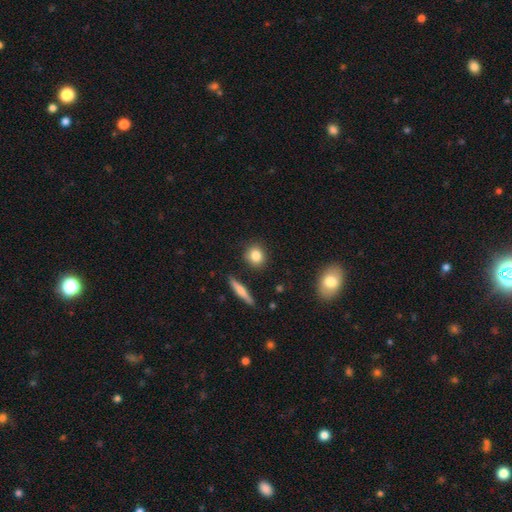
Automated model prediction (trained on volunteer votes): This appears to be a smooth galaxy with no disk features (83%) that is round (75%). Merging: none (85%).